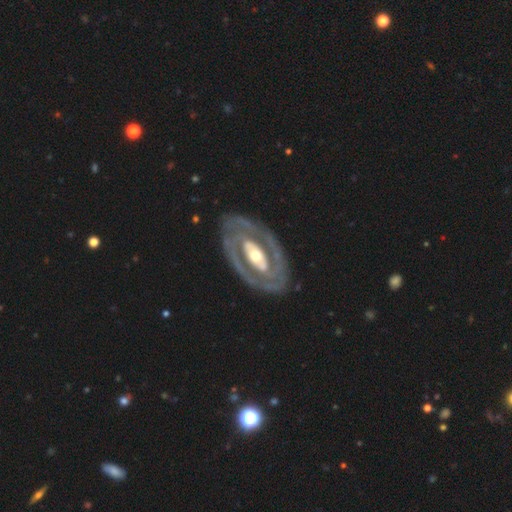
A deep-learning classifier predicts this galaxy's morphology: This is clearly a featured or disk galaxy (85%). It is clearly not viewed edge-on (94%). Bar: marginally no (38%). Spiral arm pattern: likely yes (75%). Spiral arm count: likely 2 (73%). Spiral winding: likely tight (64%). Central bulge: likely moderate (64%). Merging: clearly none (80%).